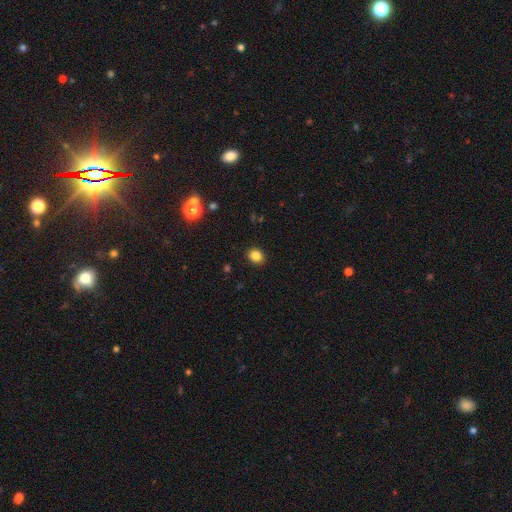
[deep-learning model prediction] Morphology: type=smooth (84%); roundness=round (59%); merging=none (90%).